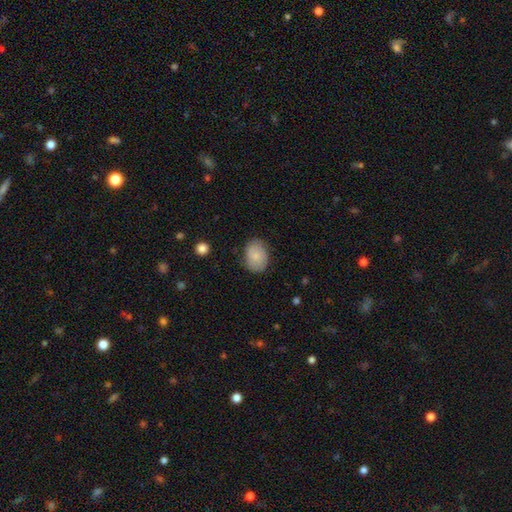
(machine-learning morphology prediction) smooth-or-featured: smooth: 81% | featured or disk: 12% | star or artifact: 7%
  how-rounded: in between: 76% | round: 23% | cigar-shaped: 1%
  merging: none: 79% | minor disturbance: 16% | major disturbance: 3% | merger: 1%